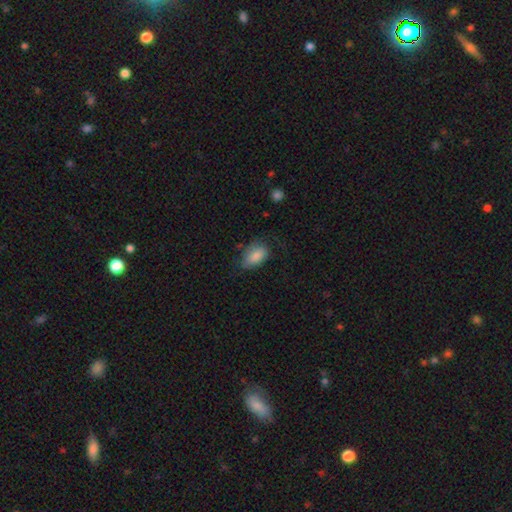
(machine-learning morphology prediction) This appears to be a smooth galaxy with no disk features (83%) that is in between round and cigar-shaped (91%). Merging: none (57%).